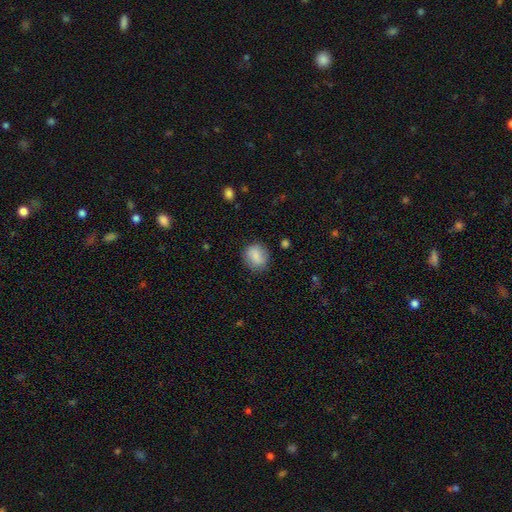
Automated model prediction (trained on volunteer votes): Smooth or featured? Predicted: smooth (p=0.79). How rounded? Predicted: round (p=0.77). Merging? Predicted: none (p=0.81).